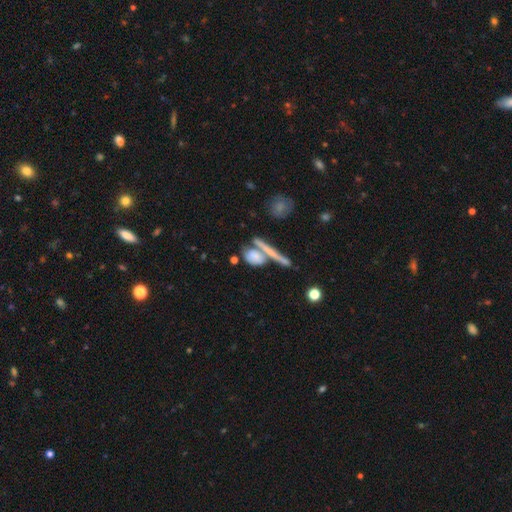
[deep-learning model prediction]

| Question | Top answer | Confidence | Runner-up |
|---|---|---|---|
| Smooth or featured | smooth | 61% | featured or disk (31%) |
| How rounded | in between | 39% | cigar-shaped (34%) |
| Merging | none | 43% | merger (39%) |